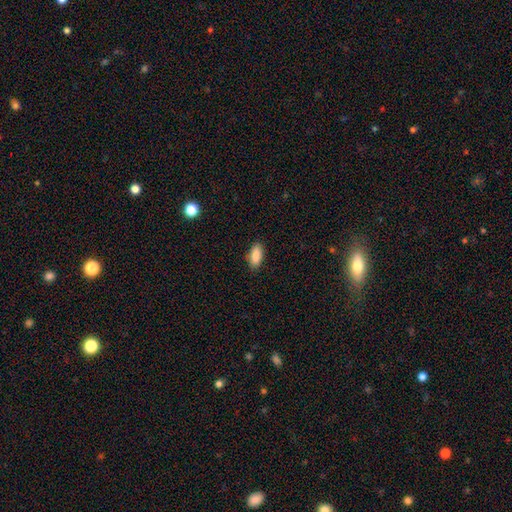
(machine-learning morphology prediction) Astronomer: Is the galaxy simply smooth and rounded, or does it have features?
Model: smooth — 87%.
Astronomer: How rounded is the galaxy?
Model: in between — 86%.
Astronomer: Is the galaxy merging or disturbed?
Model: none — 87%.